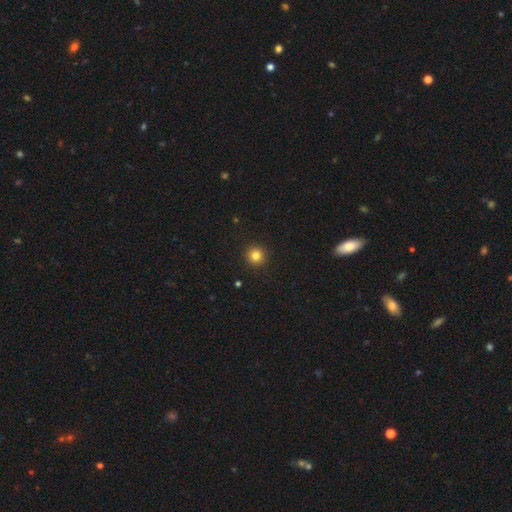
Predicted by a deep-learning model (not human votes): smooth 82%, star or artifact 13%, featured or disk 5%. Down the decision tree: how rounded — round (95%); merging — none (93%).